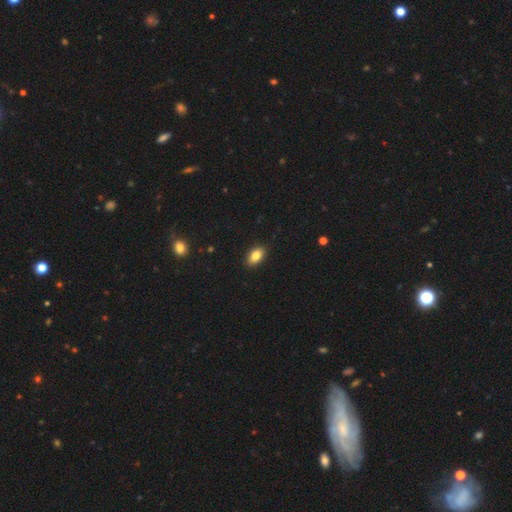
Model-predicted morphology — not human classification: This appears to be a smooth galaxy with no disk features (83%) that is in between round and cigar-shaped (91%). Merging: none (89%).